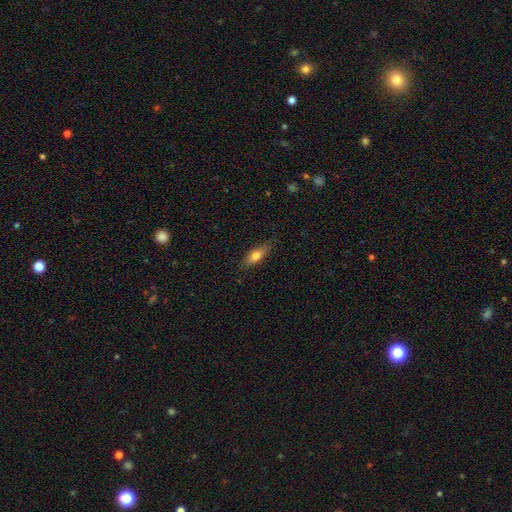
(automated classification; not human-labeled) Q: Smooth or featured?
A: smooth (73%); runner-up: featured or disk (20%)
Q: How rounded?
A: in between (64%); runner-up: cigar-shaped (33%)
Q: Merging?
A: none (77%); runner-up: minor disturbance (18%)